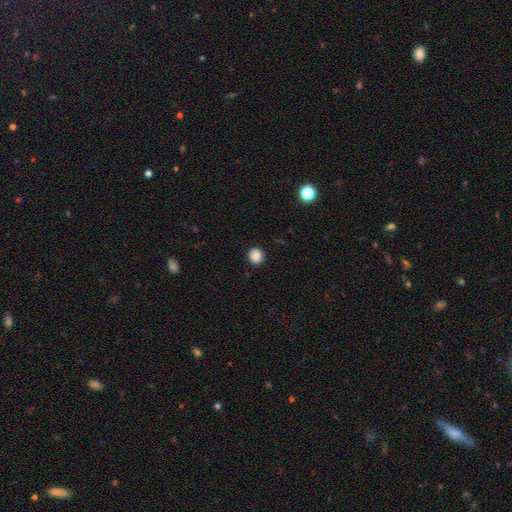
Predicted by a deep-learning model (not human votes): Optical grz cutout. It shows a smooth galaxy with no disk features (87%) that is round (86%). Merging: none (89%).